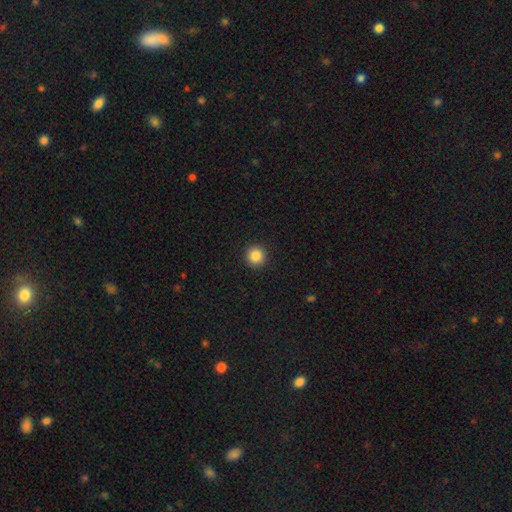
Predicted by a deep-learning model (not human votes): A smooth galaxy with no disk features (85%) that is round (95%). Merging: none (93%).